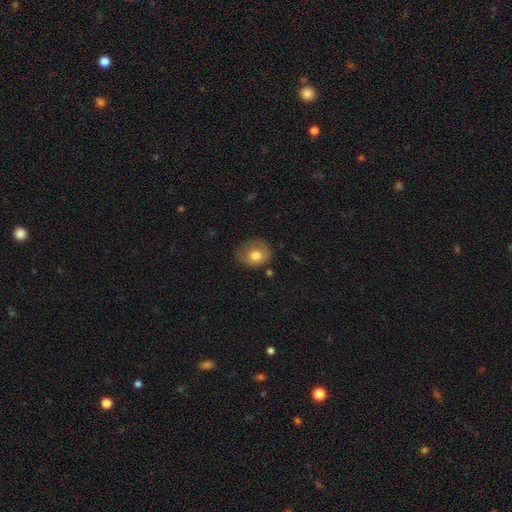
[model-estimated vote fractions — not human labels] Q: Smooth or featured?
A: smooth (74%); runner-up: featured or disk (18%)
Q: How rounded?
A: round (59%); runner-up: in between (40%)
Q: Merging?
A: none (59%); runner-up: minor disturbance (28%)